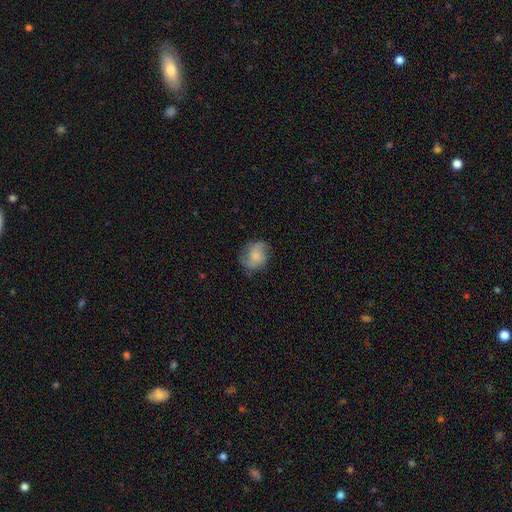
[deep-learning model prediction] Smooth or featured?
  - smooth: 57% *
  - featured or disk: 34%
  - star or artifact: 9%
How rounded?
  - round: 55% *
  - in between: 44%
  - cigar-shaped: 1%
Merging?
  - none: 69% *
  - minor disturbance: 22%
  - major disturbance: 9%
  - merger: 1%